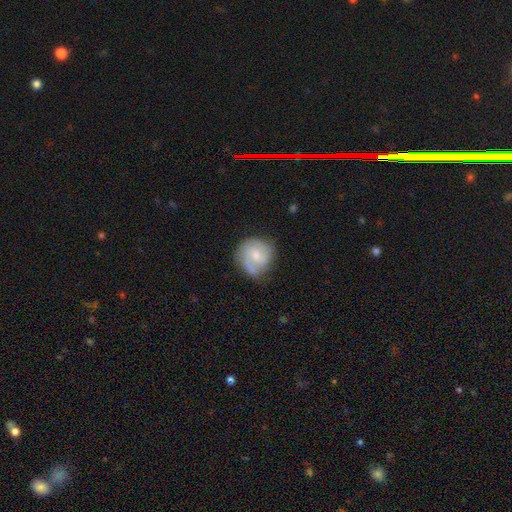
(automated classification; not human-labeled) Q: Smooth or featured?
A: featured or disk (57%); runner-up: smooth (37%)
Q: Edge-on disk?
A: no (98%); runner-up: yes (2%)
Q: Bar?
A: no (58%); runner-up: weak (37%)
Q: Spiral arms?
A: yes (86%); runner-up: no (14%)
Q: Bulge size?
A: small (46%); runner-up: moderate (45%)
Q: Merging?
A: none (62%); runner-up: minor disturbance (25%)